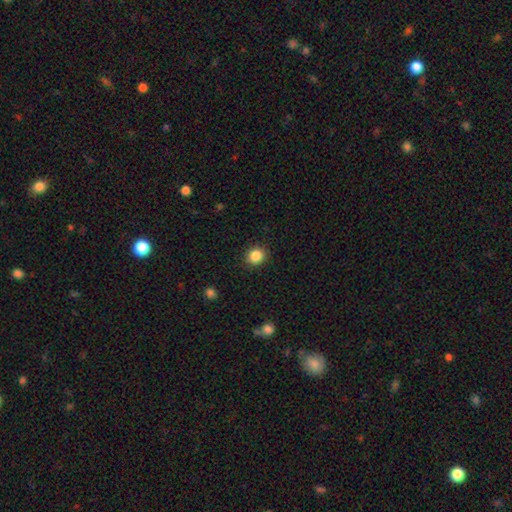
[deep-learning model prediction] Morphology: type=smooth (86%); roundness=round (76%); merging=none (90%).